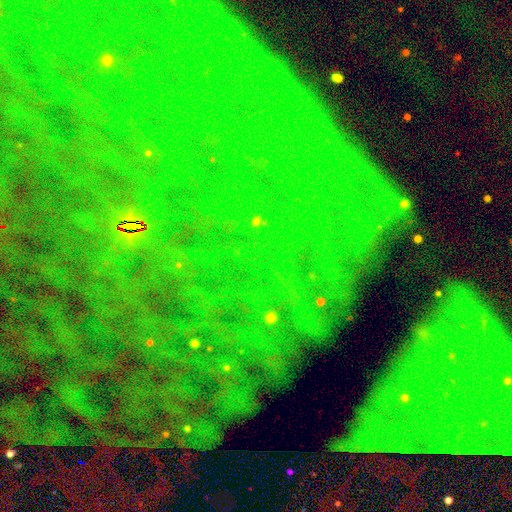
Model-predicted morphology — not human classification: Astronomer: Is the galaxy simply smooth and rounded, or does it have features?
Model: star or artifact — 83%.